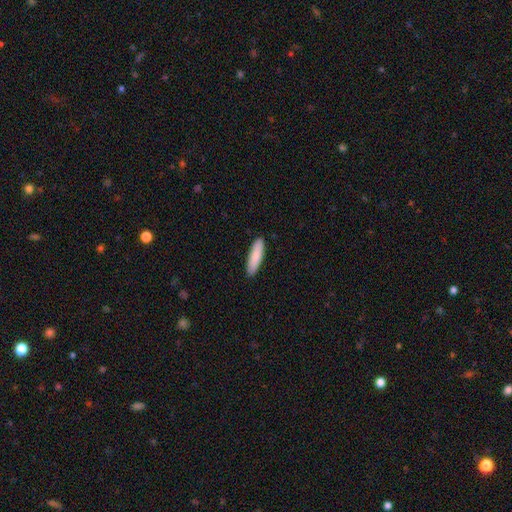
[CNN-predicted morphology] A smooth galaxy with no disk features (87%) that is cigar-shaped (67%). Merging: none (90%).